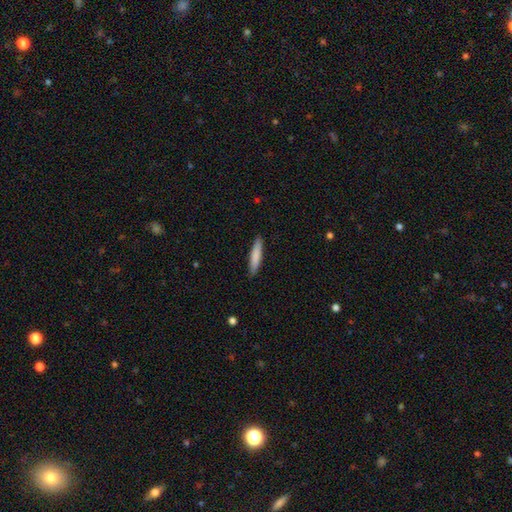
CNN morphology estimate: Smooth or featured? smooth (81%)
How rounded? cigar-shaped (88%)
Merging? none (89%)